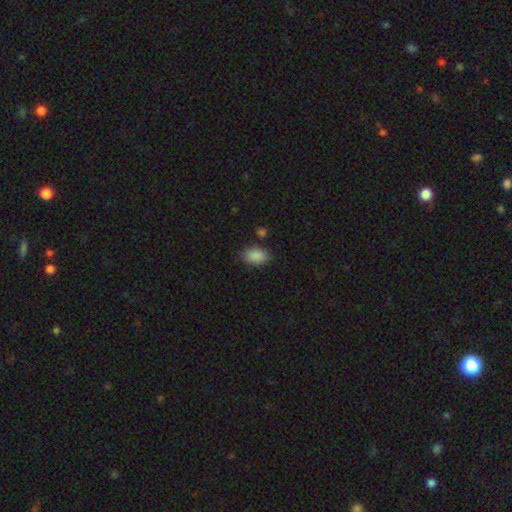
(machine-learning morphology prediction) Smooth or featured: smooth — 88% (star or artifact — 8%)
How rounded: in between — 87% (round — 11%)
Merging: none — 82% (minor disturbance — 12%)